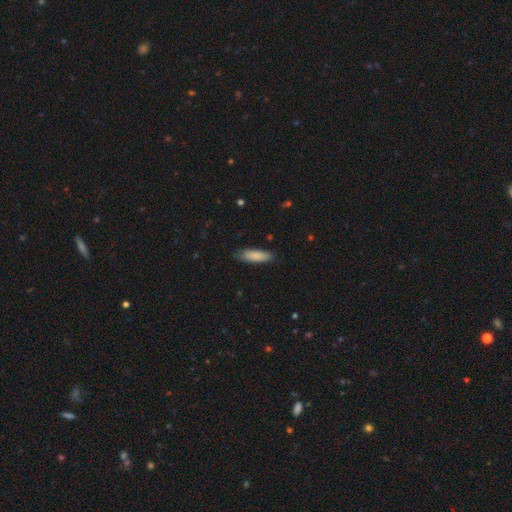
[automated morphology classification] A smooth galaxy with no disk features (87%) that is cigar-shaped (52%).

Vote fractions:
- Smooth or featured? smooth: 87% / featured or disk: 7% / star or artifact: 6%
- How rounded? cigar-shaped: 52% / in between: 47% / round: 1%
- Merging? none: 82% / minor disturbance: 14% / major disturbance: 2% / merger: 1%